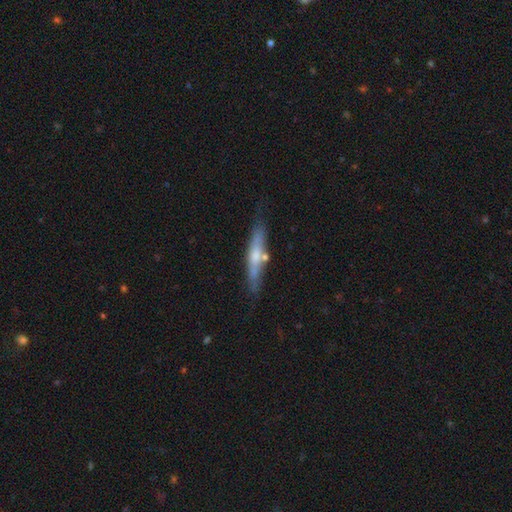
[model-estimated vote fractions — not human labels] Morphology: type=smooth (47%, tied with featured or disk); merging=none (70%).